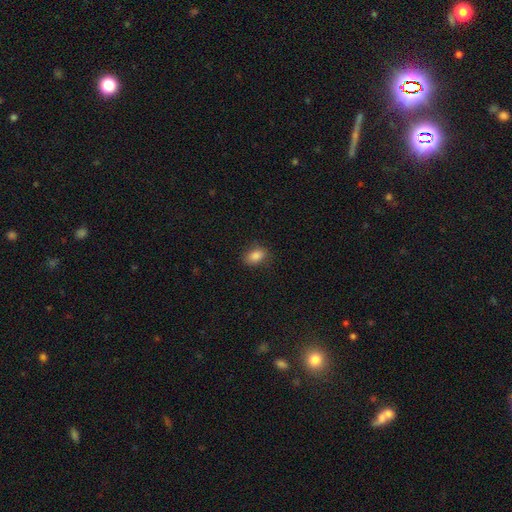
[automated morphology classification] This is clearly a smooth galaxy (86%). How rounded: clearly in between (83%). Merging: clearly none (83%).